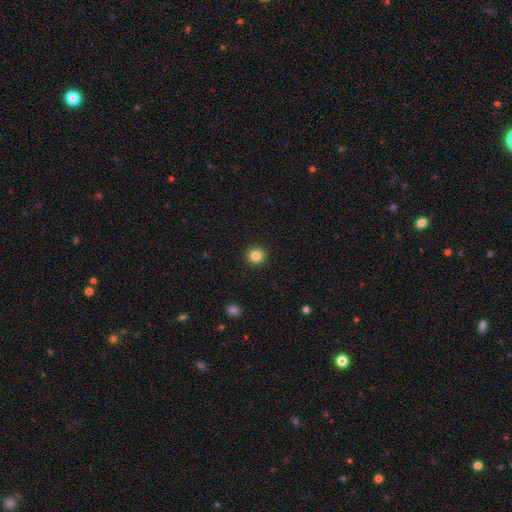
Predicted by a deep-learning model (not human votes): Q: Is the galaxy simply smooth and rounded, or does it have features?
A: smooth — 84%.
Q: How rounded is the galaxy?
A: round — 95%.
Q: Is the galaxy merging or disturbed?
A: none — 93%.